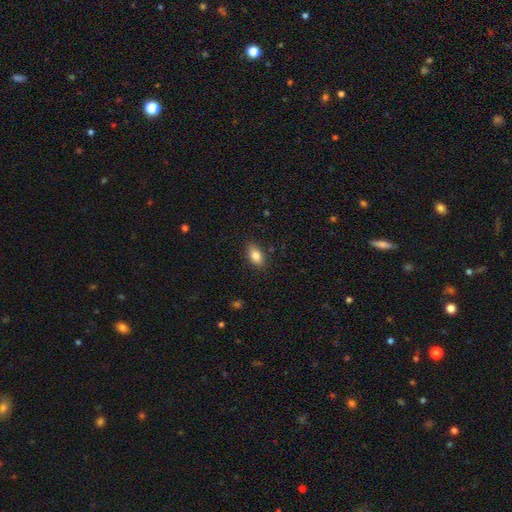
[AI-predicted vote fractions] The model was most divided on "smooth or featured": smooth: 82%, featured or disk: 10%, star or artifact: 8%. More confident: how rounded — in between (87%); merging — none (85%).